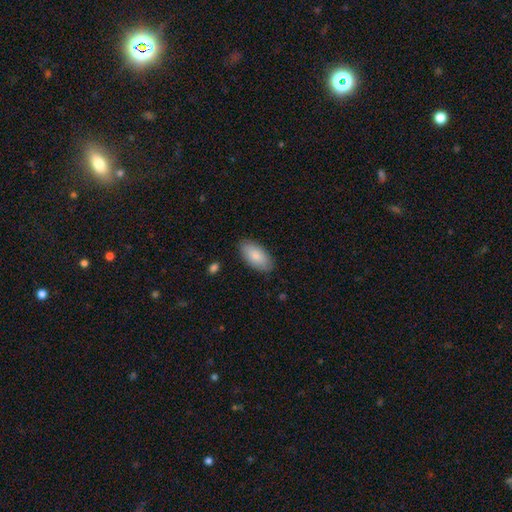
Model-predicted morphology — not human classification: The model was most divided on "smooth or featured": smooth: 84%, featured or disk: 10%, star or artifact: 6%. More confident: how rounded — in between (94%); merging — none (85%).